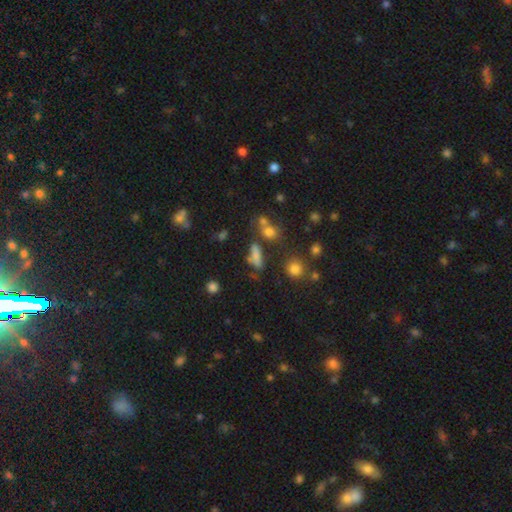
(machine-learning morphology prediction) The model was most divided on "how rounded": in between: 49%, cigar-shaped: 40%, round: 11%. More confident: smooth or featured — smooth (69%); merging — none (51%).